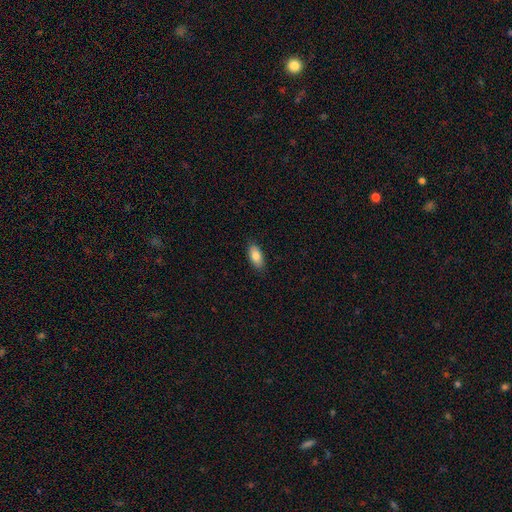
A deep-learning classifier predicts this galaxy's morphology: smooth-or-featured: smooth: 83% | featured or disk: 11% | star or artifact: 7%
  how-rounded: in between: 90% | cigar-shaped: 7% | round: 3%
  merging: none: 87% | minor disturbance: 10% | major disturbance: 2% | merger: 1%